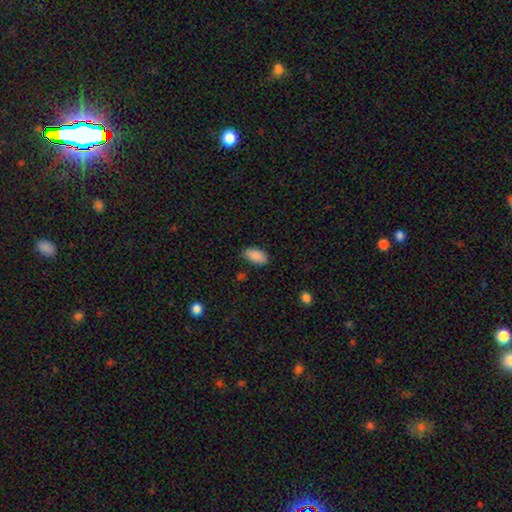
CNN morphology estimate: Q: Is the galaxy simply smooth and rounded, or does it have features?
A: smooth — 89%.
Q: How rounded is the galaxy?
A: in between — 94%.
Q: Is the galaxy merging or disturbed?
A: none — 78%.